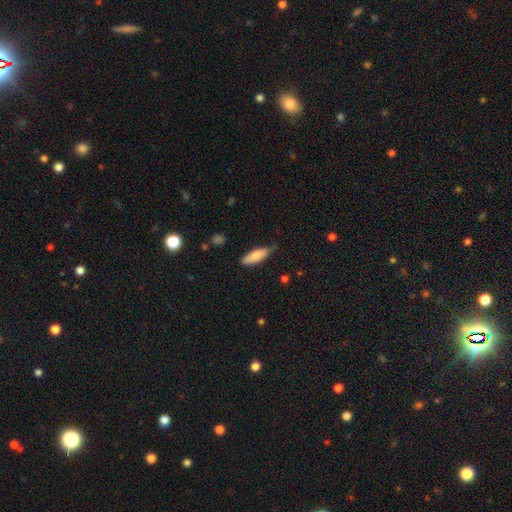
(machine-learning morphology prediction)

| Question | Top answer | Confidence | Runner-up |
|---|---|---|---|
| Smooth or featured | smooth | 82% | featured or disk (13%) |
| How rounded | in between | 62% | cigar-shaped (36%) |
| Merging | none | 59% | minor disturbance (33%) |